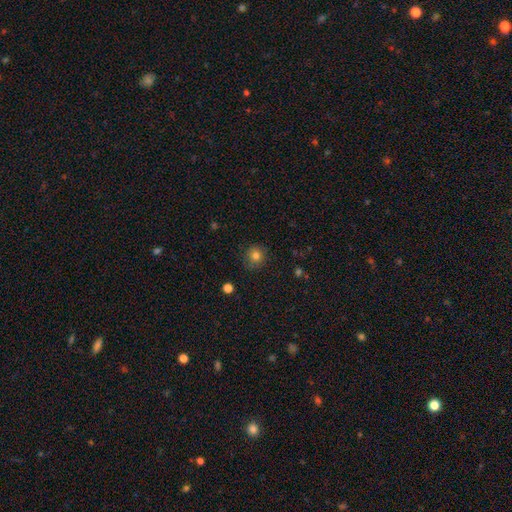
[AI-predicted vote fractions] Smooth or featured: smooth — 80% (star or artifact — 12%)
How rounded: round — 91% (in between — 8%)
Merging: none — 86% (minor disturbance — 11%)